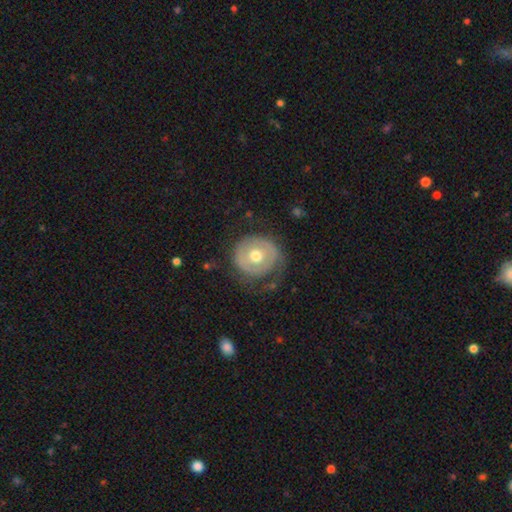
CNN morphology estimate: A featured or disk galaxy (49%).

Vote fractions:
- Smooth or featured? featured or disk: 49% / smooth: 45% / star or artifact: 6%
- Merging? none: 65% / minor disturbance: 21% / major disturbance: 12% / merger: 2%